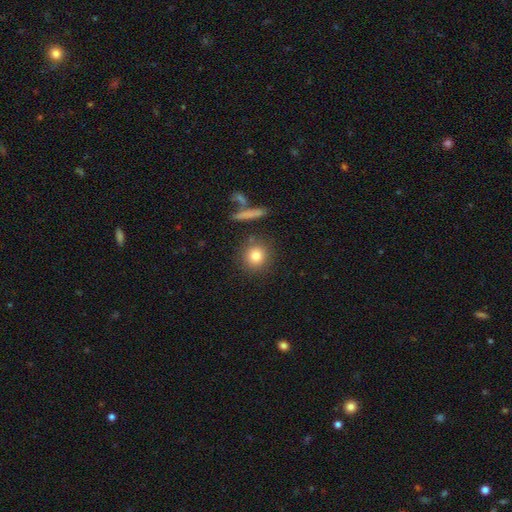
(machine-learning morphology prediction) type=smooth (81%); roundness=round (90%); merging=none (83%).